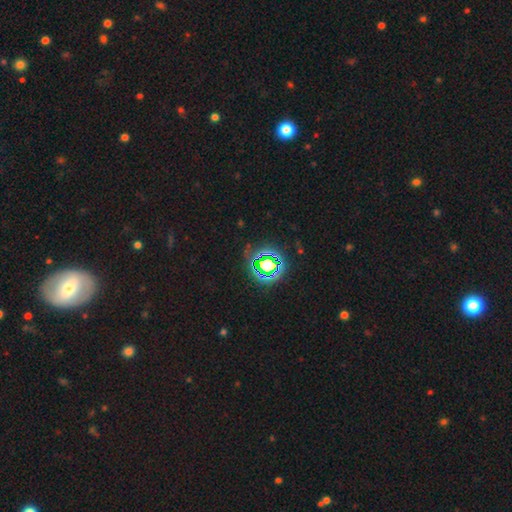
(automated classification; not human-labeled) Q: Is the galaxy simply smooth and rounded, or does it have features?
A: star or artifact — 67%.